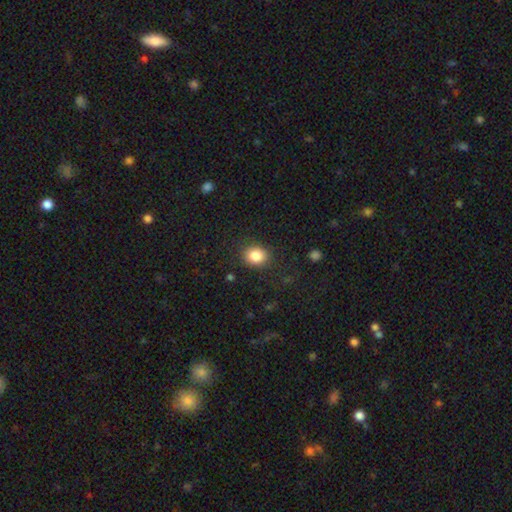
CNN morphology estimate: Overall: smooth (85%). How rounded: round (57%; in between 42%). Merging: none (85%).